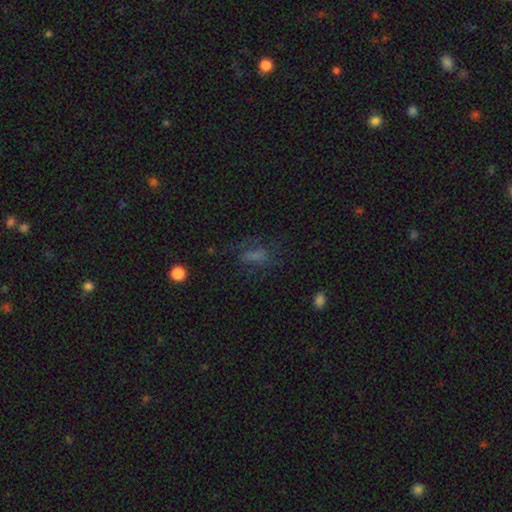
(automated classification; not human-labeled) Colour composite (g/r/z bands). It shows a smooth galaxy with no disk features (57%) that is in between round and cigar-shaped (63%). Merging: none (52%).